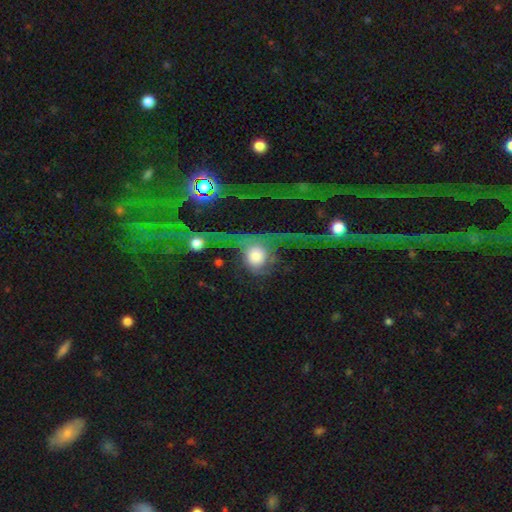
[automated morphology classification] Q: Smooth or featured?
A: featured or disk (47%); runner-up: smooth (40%)
Q: Merging?
A: major disturbance (42%); runner-up: merger (28%)